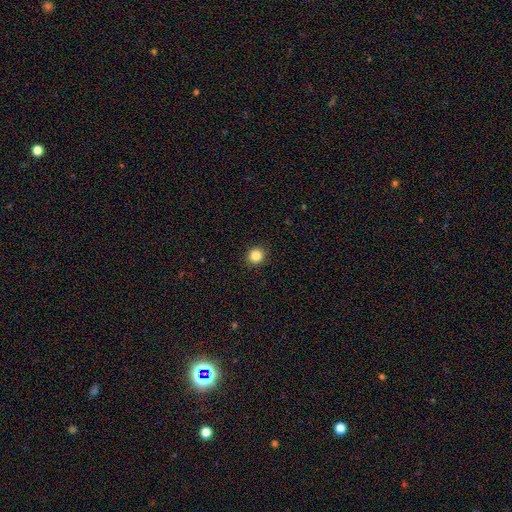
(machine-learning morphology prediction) smooth 84%, star or artifact 11%, featured or disk 5%. Down the decision tree: how rounded — round (91%); merging — none (92%).